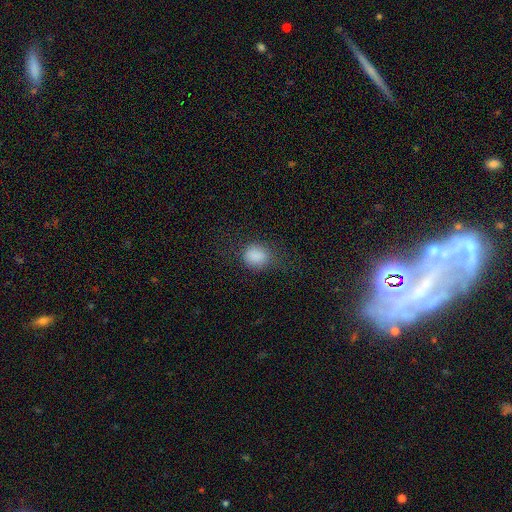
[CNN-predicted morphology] This is clearly a smooth galaxy (84%). How rounded: possibly round (55%). Merging: likely none (66%).